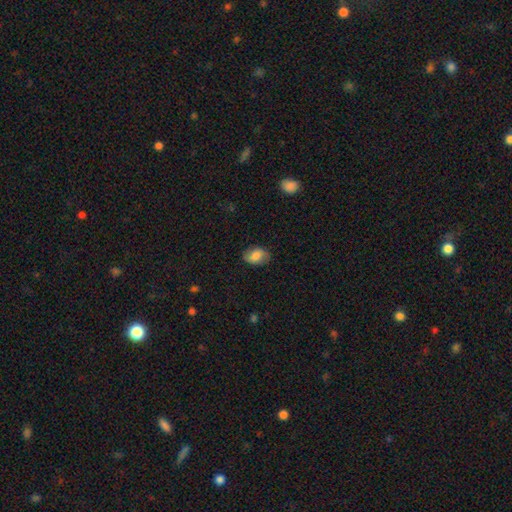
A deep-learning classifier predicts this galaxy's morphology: smooth-or-featured: smooth: 76% | featured or disk: 16% | star or artifact: 8%
  how-rounded: in between: 84% | round: 14% | cigar-shaped: 1%
  merging: none: 78% | minor disturbance: 17% | major disturbance: 4% | merger: 1%